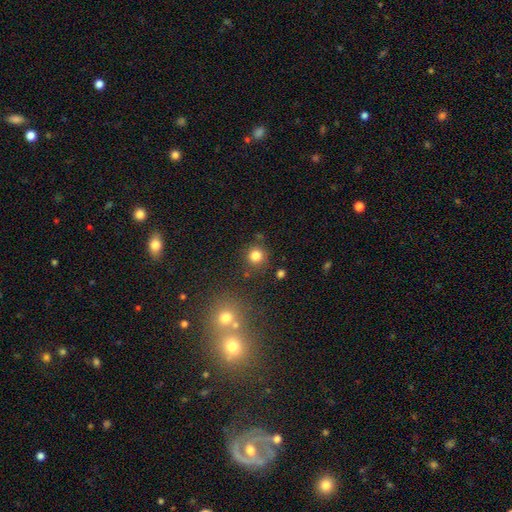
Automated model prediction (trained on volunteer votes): This is clearly a smooth galaxy (81%). How rounded: clearly round (93%). Merging: clearly none (85%).